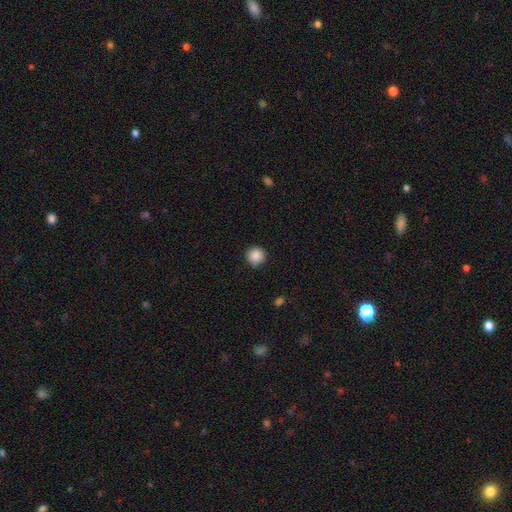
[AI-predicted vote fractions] smooth-or-featured: smooth: 88% | star or artifact: 9% | featured or disk: 3%
  how-rounded: round: 94% | in between: 5% | cigar-shaped: 1%
  merging: none: 88% | minor disturbance: 9% | major disturbance: 2% | merger: 1%